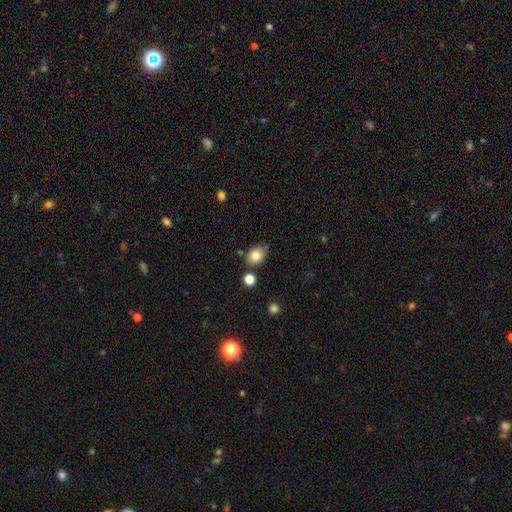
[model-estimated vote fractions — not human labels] A smooth galaxy with no disk features (81%) that is in between round and cigar-shaped (59%). Merging: none (75%).